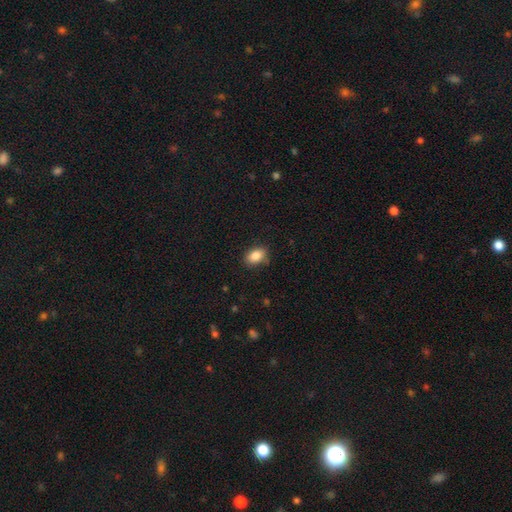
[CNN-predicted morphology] Smooth or featured?
  - smooth: 86% *
  - star or artifact: 9%
  - featured or disk: 5%
How rounded?
  - in between: 82% *
  - round: 17%
  - cigar-shaped: 1%
Merging?
  - none: 82% *
  - minor disturbance: 13%
  - major disturbance: 3%
  - merger: 1%